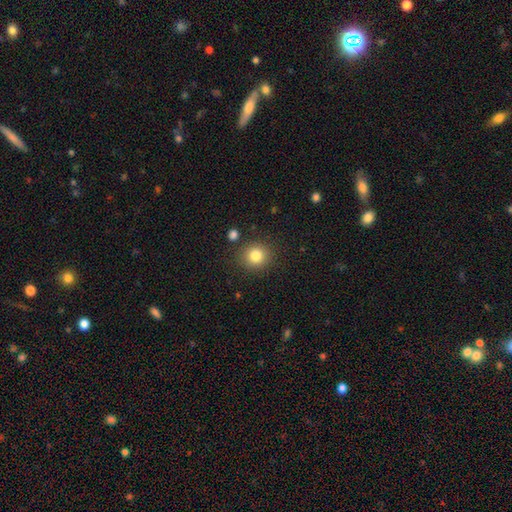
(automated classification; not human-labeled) Morphology: type=smooth (82%); roundness=round (87%); merging=none (86%).